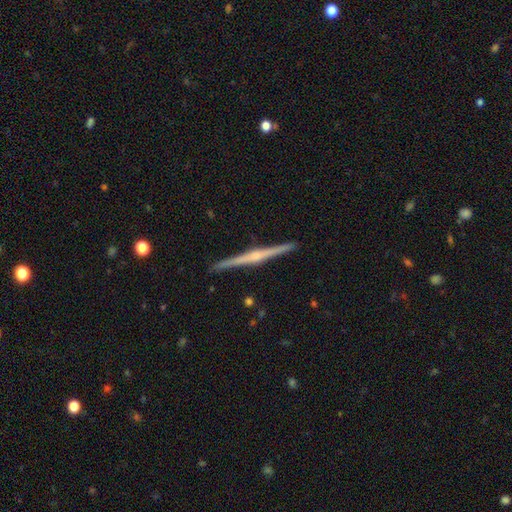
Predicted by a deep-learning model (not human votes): This is clearly a featured or disk galaxy (82%). It is clearly viewed edge-on (99%). Edge-on bulge: likely rounded (76%). Merging: clearly none (93%).